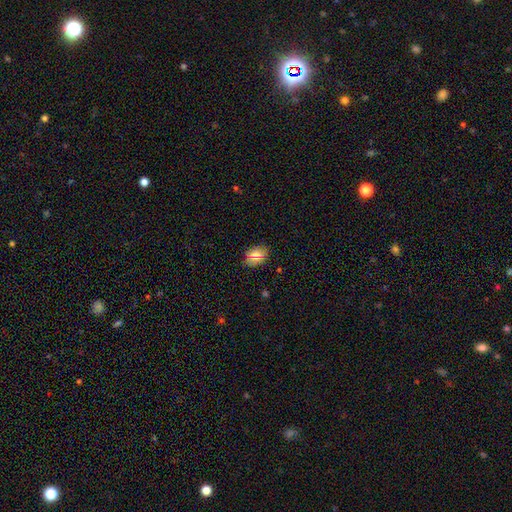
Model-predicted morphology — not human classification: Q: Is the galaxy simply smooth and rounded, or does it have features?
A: smooth — 75%.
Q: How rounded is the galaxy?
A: in between — 77%.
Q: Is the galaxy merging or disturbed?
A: none — 83%.